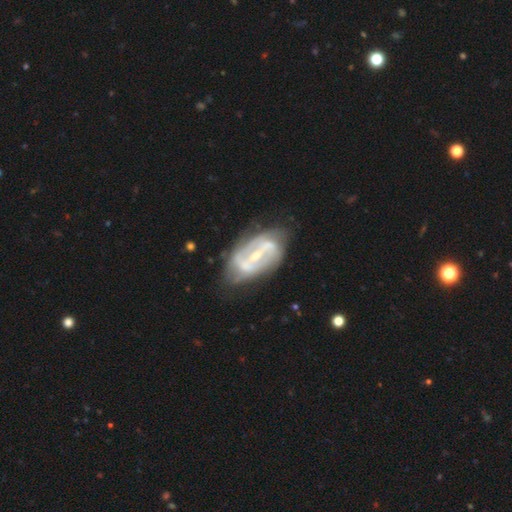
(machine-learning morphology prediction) Smooth or featured?
  - featured or disk: 84% *
  - smooth: 11%
  - star or artifact: 6%
Edge-on disk?
  - no: 95% *
  - yes: 5%
Bar?
  - strong: 55% *
  - weak: 32%
  - no: 13%
Spiral arms?
  - yes: 82% *
  - no: 18%
Spiral winding?
  - medium: 41% *
  - tight: 36%
  - loose: 23%
Spiral arm count?
  - 2: 68% *
  - can't tell: 19%
  - 3: 5%
  - 1: 3%
  - 4: 2%
  - more than 4: 2%
Bulge size?
  - small: 59% *
  - moderate: 36%
  - none: 3%
  - large: 2%
  - dominant: 1%
Merging?
  - none: 66% *
  - minor disturbance: 23%
  - major disturbance: 9%
  - merger: 3%